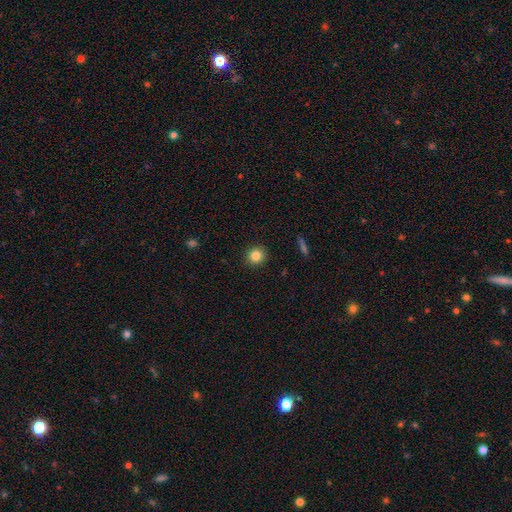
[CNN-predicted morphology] A smooth galaxy with no disk features (84%) that is round (91%). Merging: none (91%).